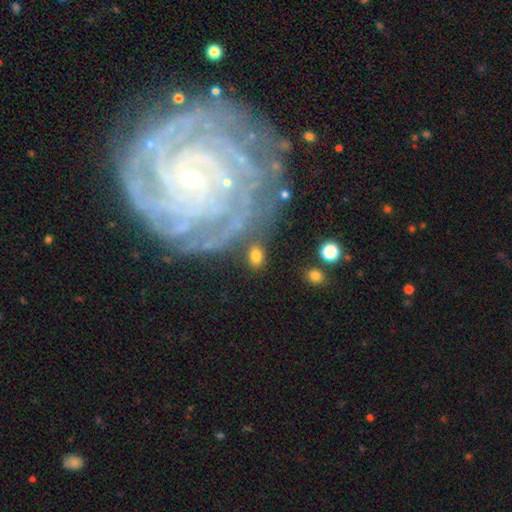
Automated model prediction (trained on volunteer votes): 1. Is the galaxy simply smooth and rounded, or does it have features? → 76% smooth, 16% featured or disk, 8% star or artifact.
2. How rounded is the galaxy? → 79% in between, 19% round, 2% cigar-shaped.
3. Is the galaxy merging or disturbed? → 75% none, 13% minor disturbance, 6% major disturbance, 6% merger.